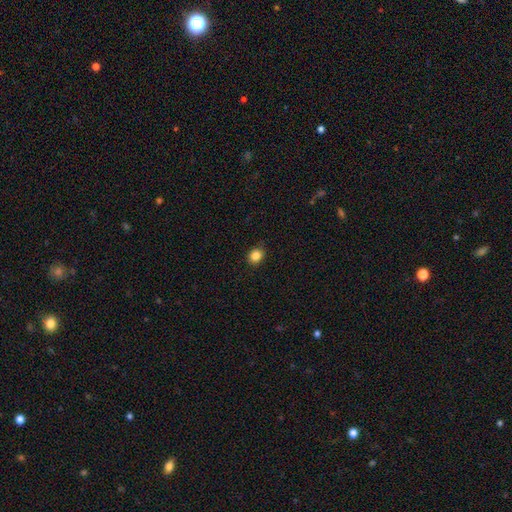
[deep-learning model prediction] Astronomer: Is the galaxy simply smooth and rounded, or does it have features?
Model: smooth — 85%.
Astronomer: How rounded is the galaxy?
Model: round — 71%.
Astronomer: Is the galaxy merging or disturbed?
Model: none — 88%.